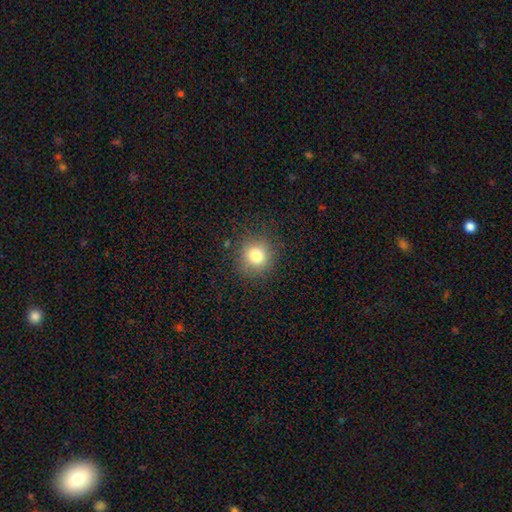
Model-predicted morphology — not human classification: This is likely a smooth galaxy (79%). How rounded: clearly round (88%). Merging: clearly none (86%).